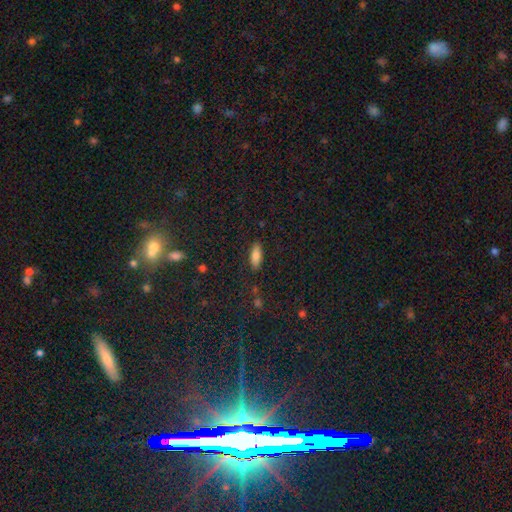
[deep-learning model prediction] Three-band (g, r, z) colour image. It shows a smooth galaxy with no disk features (82%) that is in between round and cigar-shaped (71%). Merging: none (87%).